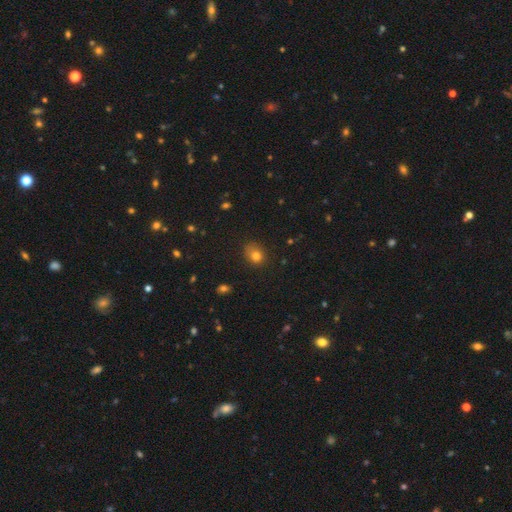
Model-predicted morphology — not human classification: This appears to be a smooth galaxy with no disk features (78%) that is round (58%). Merging: none (65%).